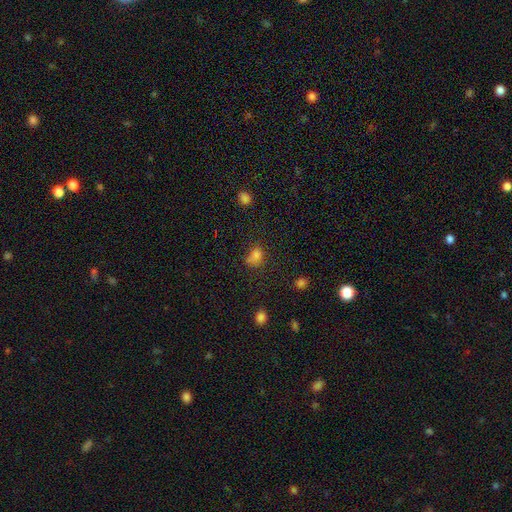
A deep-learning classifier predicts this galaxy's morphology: Q: Smooth or featured?
A: smooth (75%); runner-up: star or artifact (17%)
Q: How rounded?
A: in between (53%); runner-up: round (45%)
Q: Merging?
A: none (47%); runner-up: minor disturbance (26%)